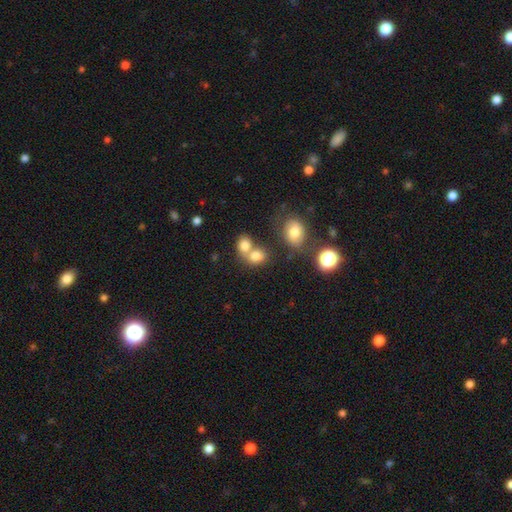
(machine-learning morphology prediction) Smooth or featured?
  - smooth: 76% *
  - star or artifact: 13%
  - featured or disk: 11%
How rounded?
  - round: 54% *
  - in between: 45%
  - cigar-shaped: 1%
Merging?
  - merger: 54% *
  - none: 35%
  - minor disturbance: 8%
  - major disturbance: 4%